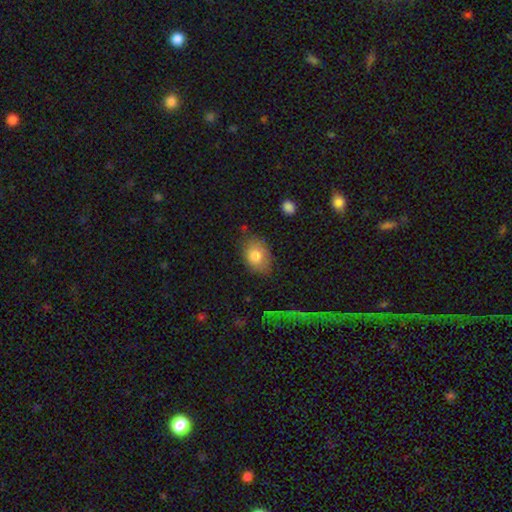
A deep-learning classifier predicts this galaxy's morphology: This is clearly a smooth galaxy (80%). How rounded: likely in between (79%). Merging: likely none (72%).